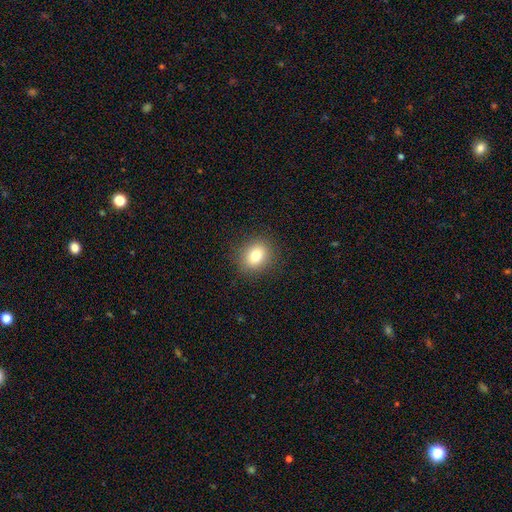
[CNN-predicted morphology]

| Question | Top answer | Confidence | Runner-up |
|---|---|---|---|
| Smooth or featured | smooth | 80% | star or artifact (11%) |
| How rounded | round | 64% | in between (35%) |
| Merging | none | 89% | minor disturbance (8%) |